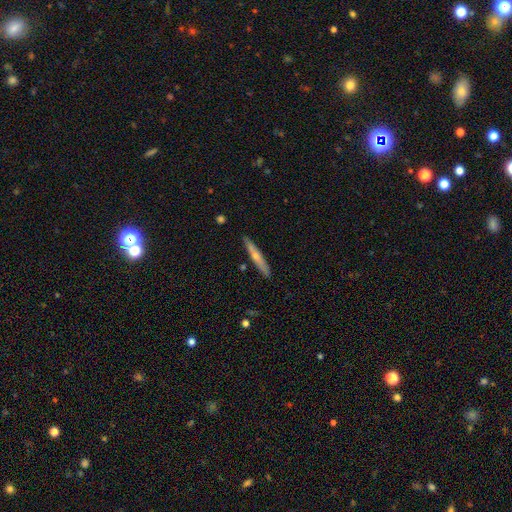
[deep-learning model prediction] featured or disk 52%, smooth 33%, star or artifact 15%. Down the decision tree: edge-on disk — yes (91%); merging — none (87%).